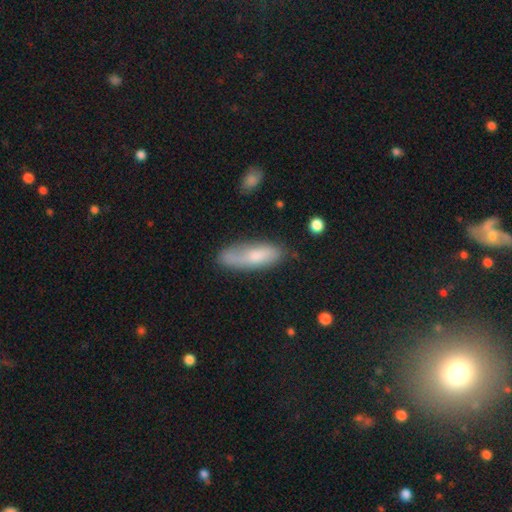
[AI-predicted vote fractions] Smooth or featured? smooth (68%)
How rounded? in between (54%)
Merging? none (59%)